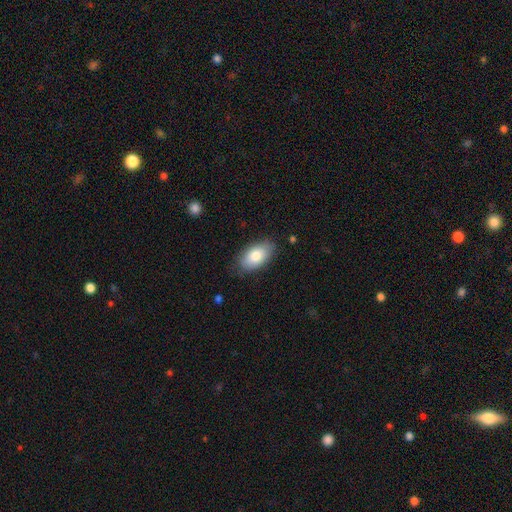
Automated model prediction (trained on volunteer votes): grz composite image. It shows a smooth galaxy with no disk features (80%) that is in between round and cigar-shaped (94%). Merging: none (83%).